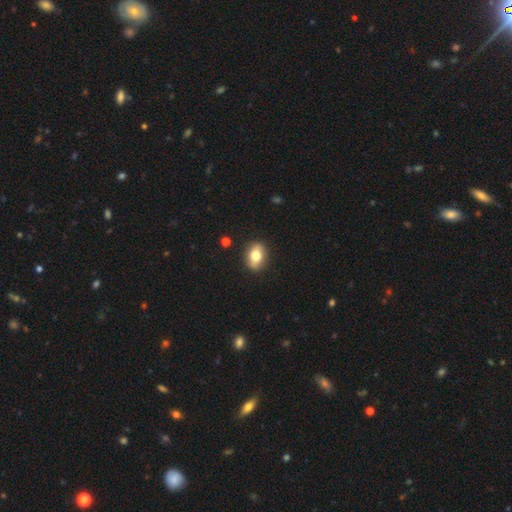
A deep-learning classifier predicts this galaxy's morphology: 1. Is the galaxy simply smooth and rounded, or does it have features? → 72% smooth, 20% featured or disk, 8% star or artifact.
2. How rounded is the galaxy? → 75% in between, 22% round, 3% cigar-shaped.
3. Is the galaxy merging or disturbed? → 88% none, 9% minor disturbance, 2% major disturbance, 1% merger.